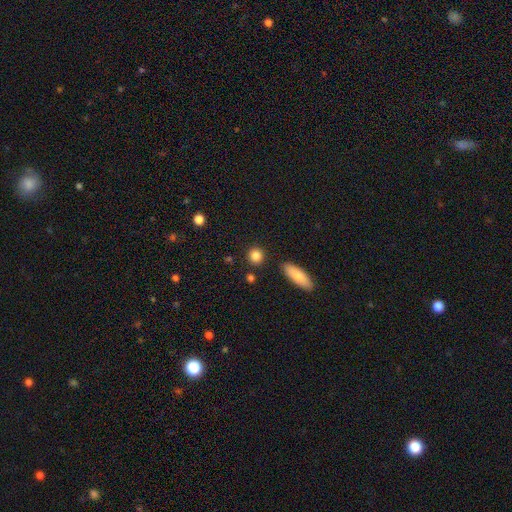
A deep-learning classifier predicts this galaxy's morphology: Q: Smooth or featured?
A: smooth (86%); runner-up: star or artifact (9%)
Q: How rounded?
A: round (85%); runner-up: in between (12%)
Q: Merging?
A: none (87%); runner-up: minor disturbance (7%)